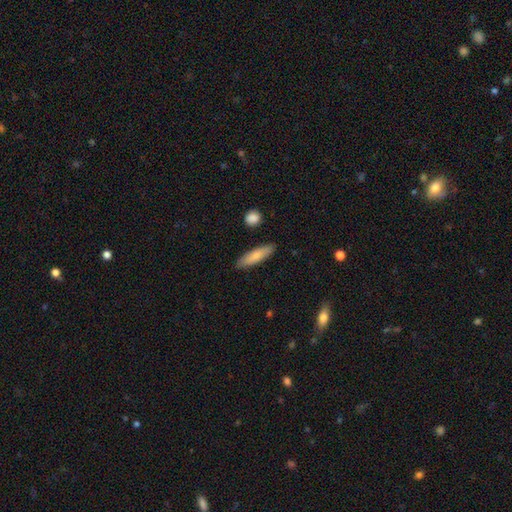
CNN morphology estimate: Smooth or featured?
  - smooth: 78% *
  - featured or disk: 16%
  - star or artifact: 6%
How rounded?
  - cigar-shaped: 65% *
  - in between: 33%
  - round: 2%
Merging?
  - none: 87% *
  - minor disturbance: 9%
  - merger: 2%
  - major disturbance: 2%